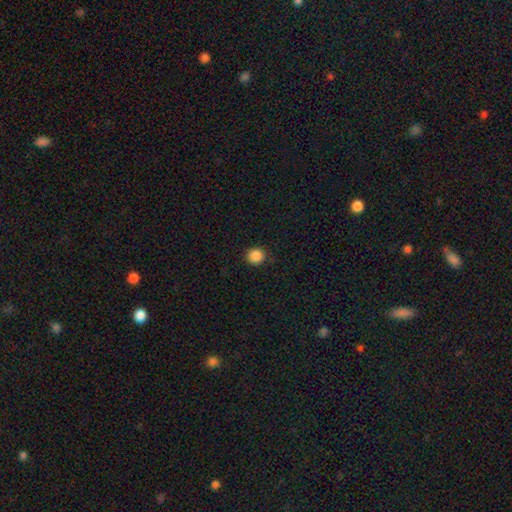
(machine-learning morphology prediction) Smooth or featured: smooth — 87% (star or artifact — 10%)
How rounded: round — 92% (in between — 7%)
Merging: none — 88% (minor disturbance — 8%)